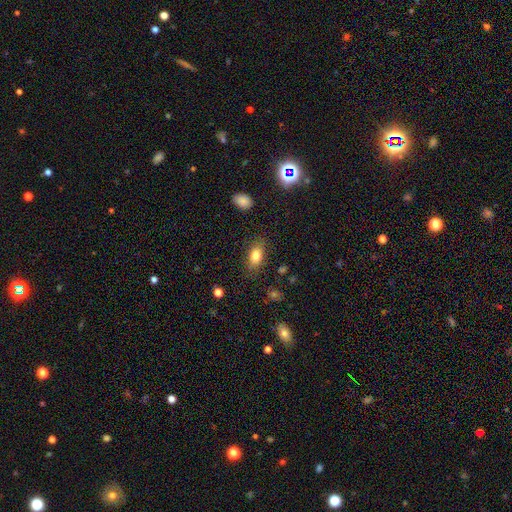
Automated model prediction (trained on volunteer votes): Smooth or featured?
  - smooth: 81% *
  - featured or disk: 10%
  - star or artifact: 9%
How rounded?
  - in between: 85% *
  - round: 9%
  - cigar-shaped: 5%
Merging?
  - none: 83% *
  - minor disturbance: 12%
  - major disturbance: 3%
  - merger: 1%